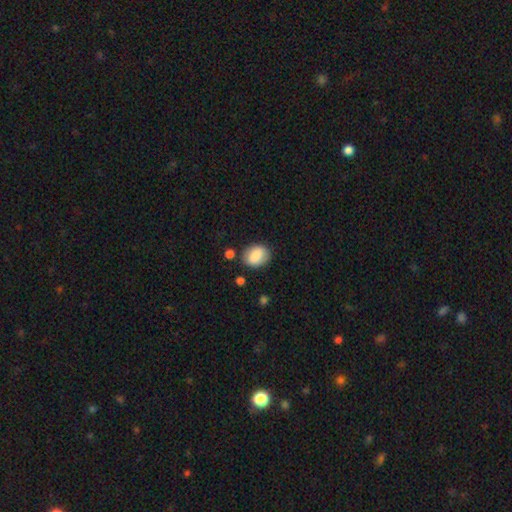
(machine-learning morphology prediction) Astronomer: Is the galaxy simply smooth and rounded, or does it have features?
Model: smooth — 84%.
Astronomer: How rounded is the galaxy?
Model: in between — 67%.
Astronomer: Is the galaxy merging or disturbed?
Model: none — 79%.